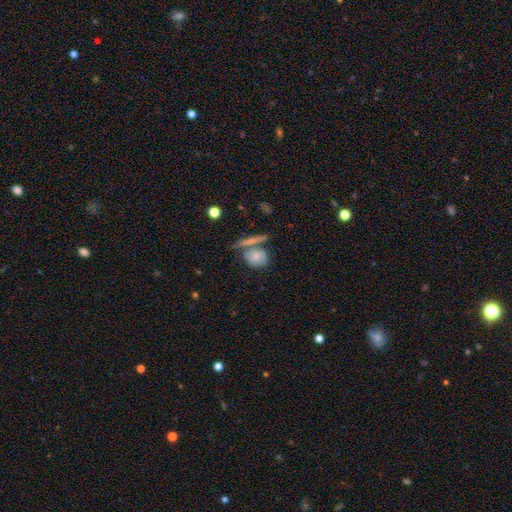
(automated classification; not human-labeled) A smooth galaxy with no disk features (71%) that is round (52%). Merging: none (51%).